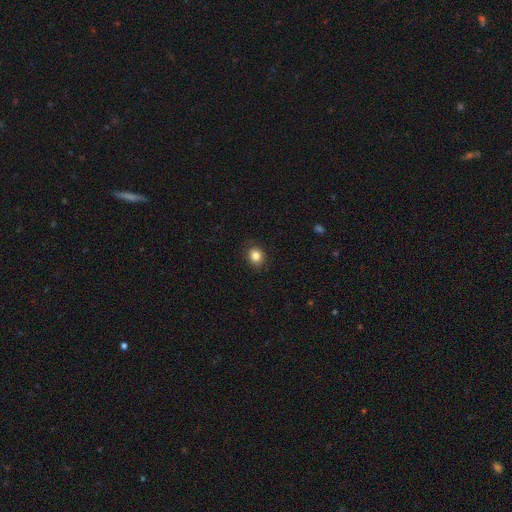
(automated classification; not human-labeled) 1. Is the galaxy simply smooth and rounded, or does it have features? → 84% smooth, 11% star or artifact, 5% featured or disk.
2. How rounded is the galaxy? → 67% round, 32% in between, 1% cigar-shaped.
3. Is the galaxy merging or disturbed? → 87% none, 9% minor disturbance, 2% major disturbance, 1% merger.